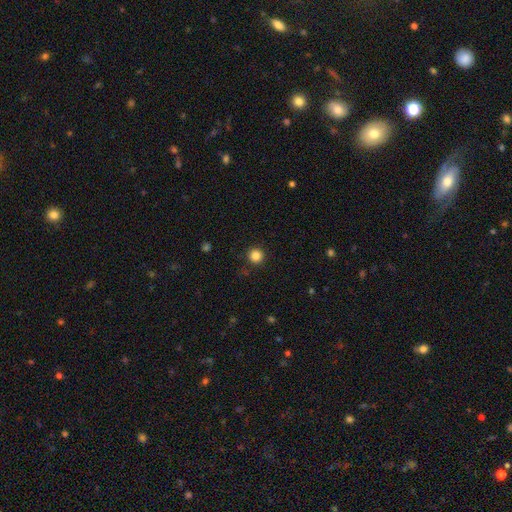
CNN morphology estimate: smooth-or-featured: smooth: 85% | star or artifact: 12% | featured or disk: 4%
  how-rounded: round: 96% | in between: 3% | cigar-shaped: 1%
  merging: none: 91% | minor disturbance: 6% | major disturbance: 2% | merger: 1%